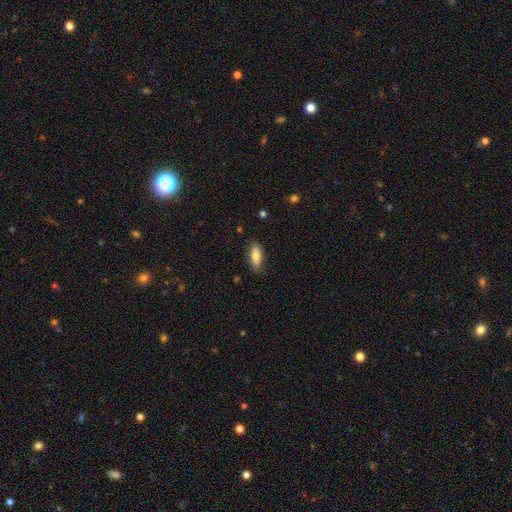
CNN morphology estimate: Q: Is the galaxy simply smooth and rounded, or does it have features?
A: smooth — 82%.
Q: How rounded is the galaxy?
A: in between — 78%.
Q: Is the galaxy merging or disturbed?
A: none — 82%.